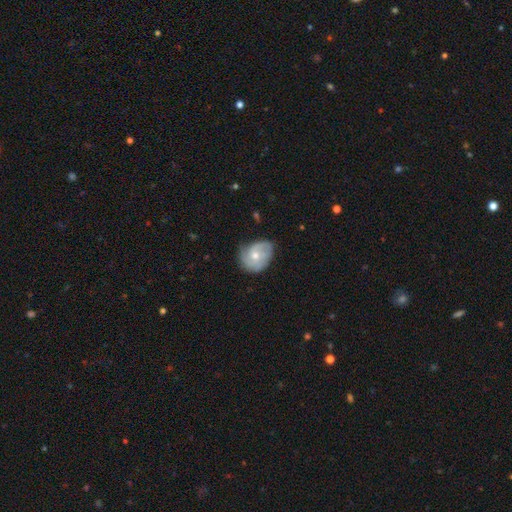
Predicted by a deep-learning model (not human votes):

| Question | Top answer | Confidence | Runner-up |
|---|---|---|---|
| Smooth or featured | featured or disk | 66% | smooth (28%) |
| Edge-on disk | no | 97% | yes (3%) |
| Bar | no | 76% | weak (21%) |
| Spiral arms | yes | 87% | no (13%) |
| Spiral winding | tight | 45% | medium (39%) |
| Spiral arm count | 3 | 30% | tied: 2 (30%) |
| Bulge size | moderate | 57% | small (39%) |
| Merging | none | 62% | minor disturbance (28%) |